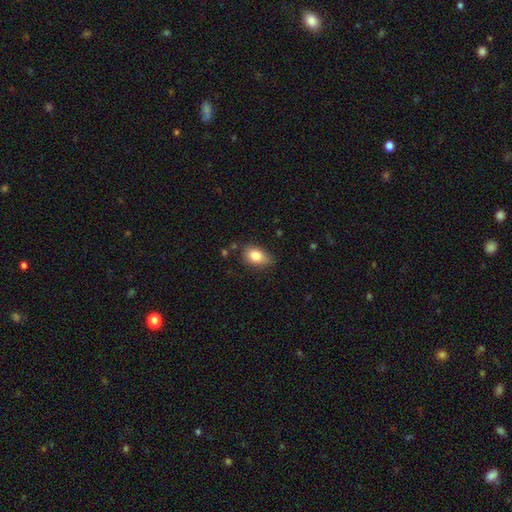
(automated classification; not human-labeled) Smooth or featured?
  - smooth: 83% *
  - featured or disk: 9%
  - star or artifact: 8%
How rounded?
  - in between: 81% *
  - round: 17%
  - cigar-shaped: 2%
Merging?
  - none: 62% *
  - minor disturbance: 30%
  - major disturbance: 6%
  - merger: 3%